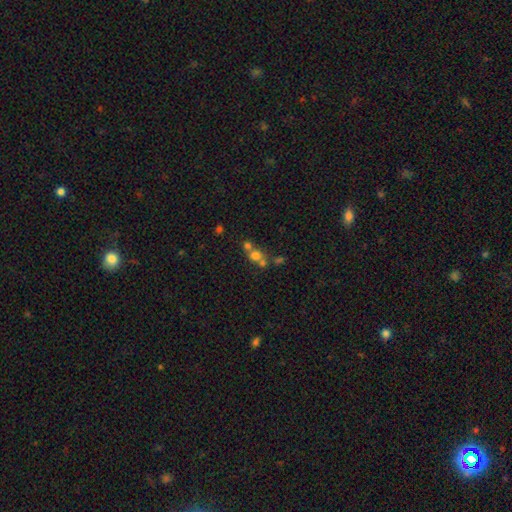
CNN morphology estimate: Smooth or featured: smooth — 64% (featured or disk — 18%)
How rounded: round — 77% (in between — 21%)
Merging: merger — 52% (none — 37%)